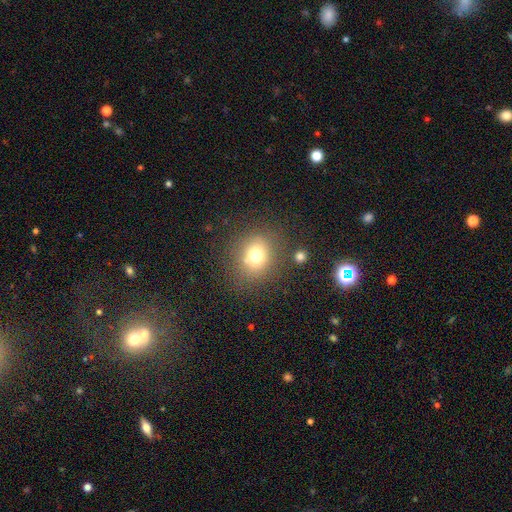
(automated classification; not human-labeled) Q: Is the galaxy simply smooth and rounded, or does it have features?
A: smooth — 72%.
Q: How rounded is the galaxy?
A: round — 78%.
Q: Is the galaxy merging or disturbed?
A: none — 73%.